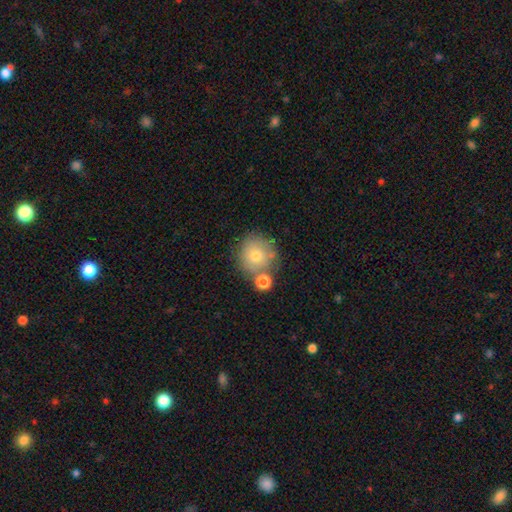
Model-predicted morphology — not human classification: Smooth or featured? smooth (71%)
How rounded? round (92%)
Merging? none (63%)